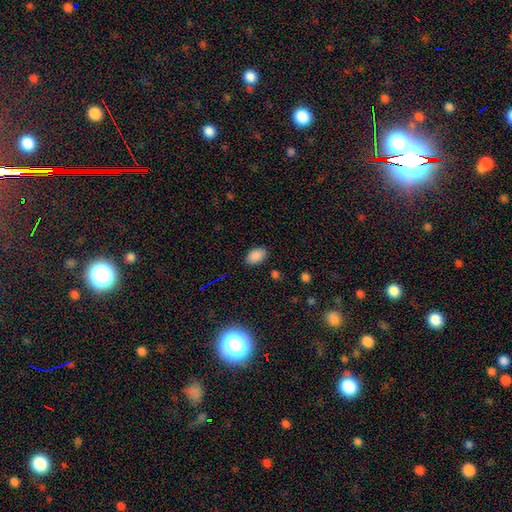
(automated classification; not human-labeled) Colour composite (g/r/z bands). It shows a smooth galaxy with no disk features (87%) that is in between round and cigar-shaped (90%). Merging: none (86%).